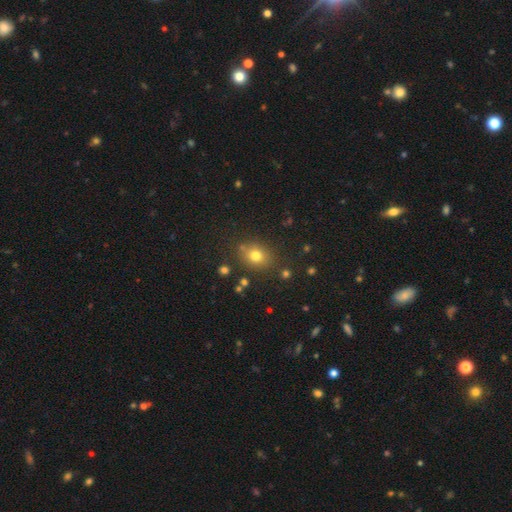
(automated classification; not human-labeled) smooth 76%, star or artifact 15%, featured or disk 9%. Down the decision tree: how rounded — round (59%); merging — none (78%).